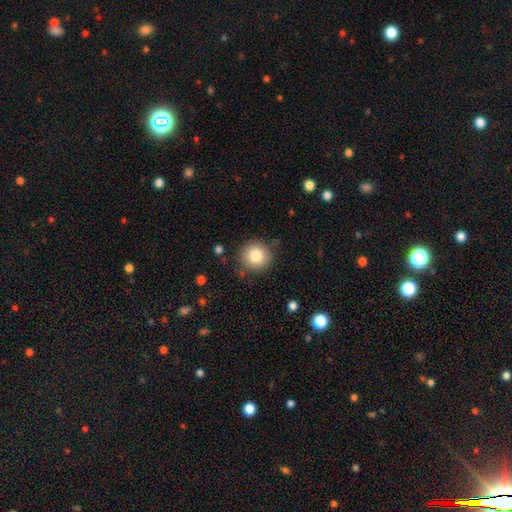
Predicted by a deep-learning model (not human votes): smooth 82%, star or artifact 9%, featured or disk 8%. Down the decision tree: how rounded — round (93%); merging — none (85%).